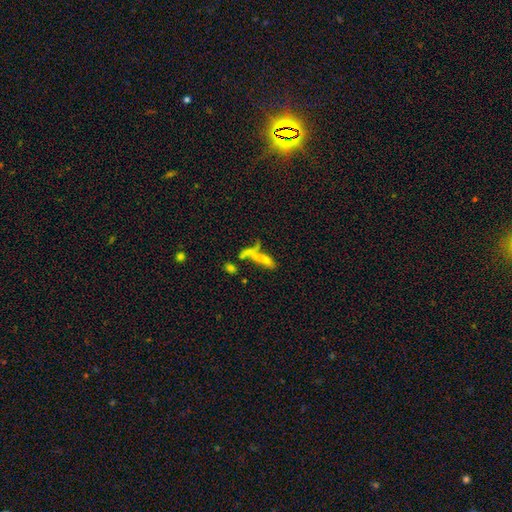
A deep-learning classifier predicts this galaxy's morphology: A smooth galaxy with no disk features (46%). Merging: merger (44%).